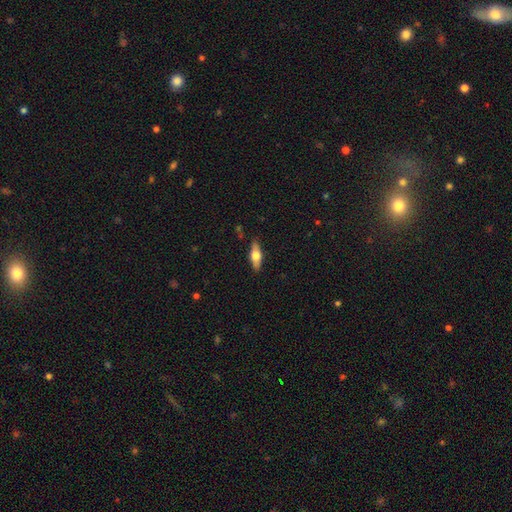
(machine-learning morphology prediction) Q: Smooth or featured?
A: smooth (51%); runner-up: featured or disk (43%)
Q: How rounded?
A: in between (60%); runner-up: cigar-shaped (37%)
Q: Merging?
A: none (85%); runner-up: minor disturbance (11%)